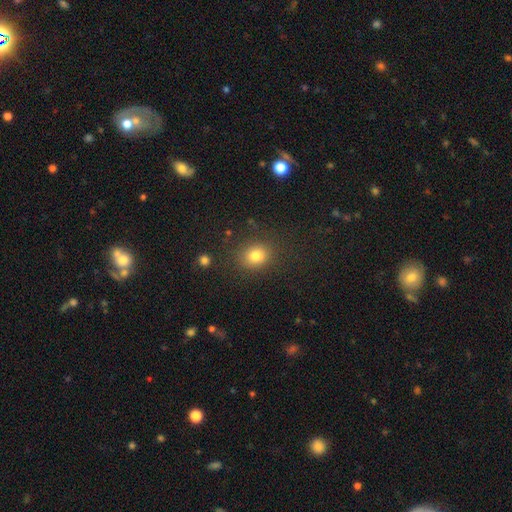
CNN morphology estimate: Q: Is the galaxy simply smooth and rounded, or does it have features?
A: smooth — 80%.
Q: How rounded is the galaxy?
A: round — 68%.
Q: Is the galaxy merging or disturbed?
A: none — 82%.